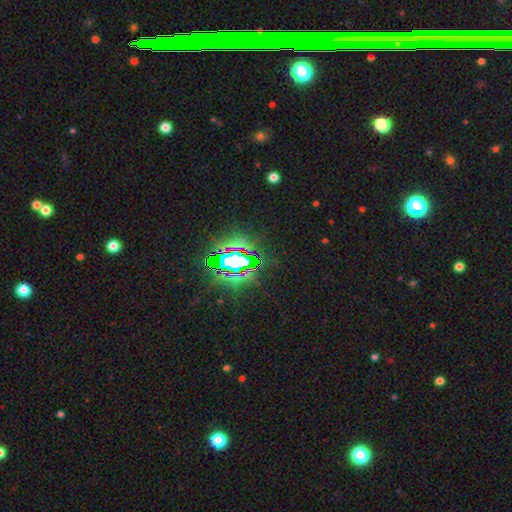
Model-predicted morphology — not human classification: Q: Smooth or featured?
A: star or artifact (83%); runner-up: smooth (9%)